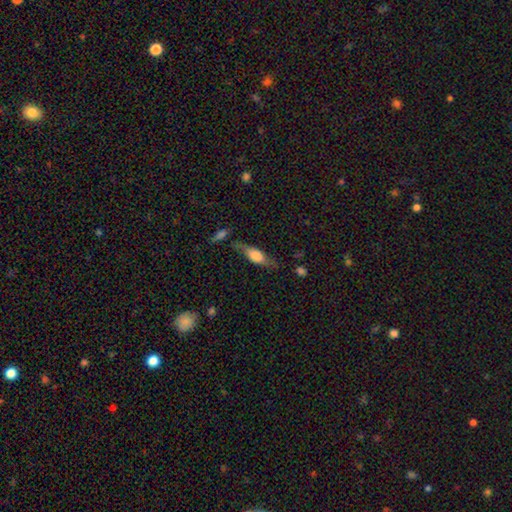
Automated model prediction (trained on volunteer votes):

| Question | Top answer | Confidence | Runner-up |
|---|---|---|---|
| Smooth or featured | smooth | 54% | featured or disk (38%) |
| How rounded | in between | 57% | cigar-shaped (39%) |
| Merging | none | 56% | minor disturbance (25%) |